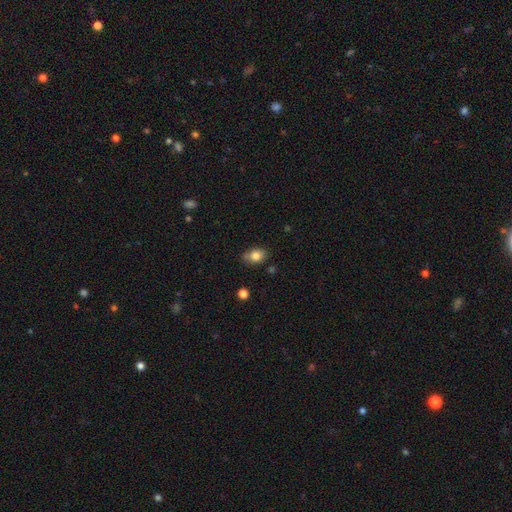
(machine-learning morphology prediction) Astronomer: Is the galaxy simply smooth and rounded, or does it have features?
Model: smooth — 81%.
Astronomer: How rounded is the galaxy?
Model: in between — 68%.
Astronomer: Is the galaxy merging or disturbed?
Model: none — 70%.